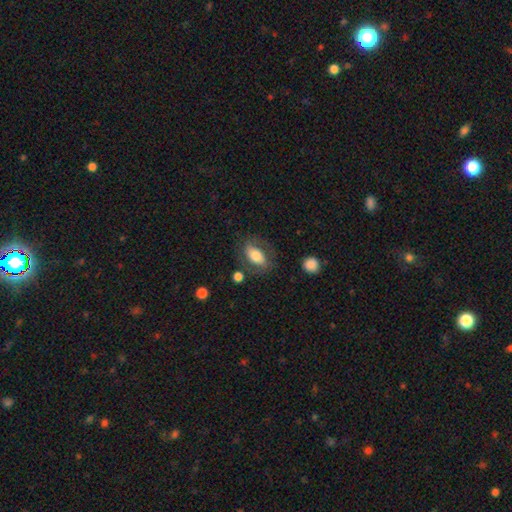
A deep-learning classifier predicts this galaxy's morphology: smooth_or_featured: smooth (p=0.59) [alt: featured or disk p=0.34]
how_rounded: in between (p=0.86) [alt: round p=0.10]
merging: none (p=0.65) [alt: minor disturbance p=0.19]